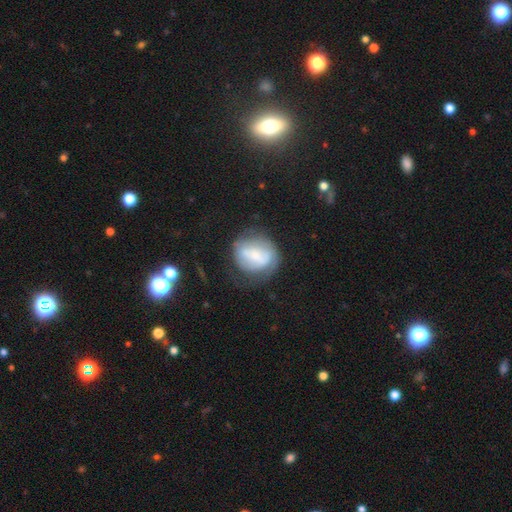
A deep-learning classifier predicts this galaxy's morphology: Q: Smooth or featured?
A: smooth (46%); runner-up: featured or disk (45%)
Q: Merging?
A: none (53%); runner-up: minor disturbance (25%)